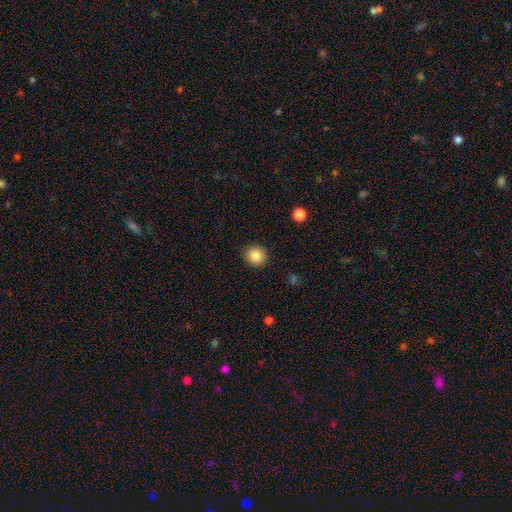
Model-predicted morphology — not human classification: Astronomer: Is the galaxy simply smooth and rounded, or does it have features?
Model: smooth — 86%.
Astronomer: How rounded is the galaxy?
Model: round — 90%.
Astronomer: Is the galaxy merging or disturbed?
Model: none — 91%.